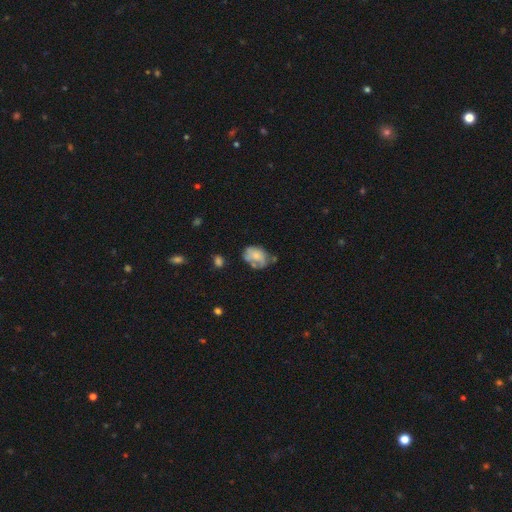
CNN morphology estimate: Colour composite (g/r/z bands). It shows a smooth galaxy with no disk features (59%) that is in between round and cigar-shaped (73%). Merging: none (39%).